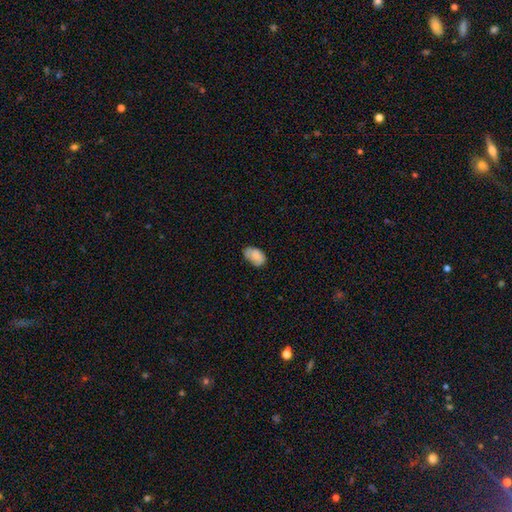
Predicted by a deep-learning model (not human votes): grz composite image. It shows a smooth galaxy with no disk features (80%) that is in between round and cigar-shaped (91%). Merging: none (65%).